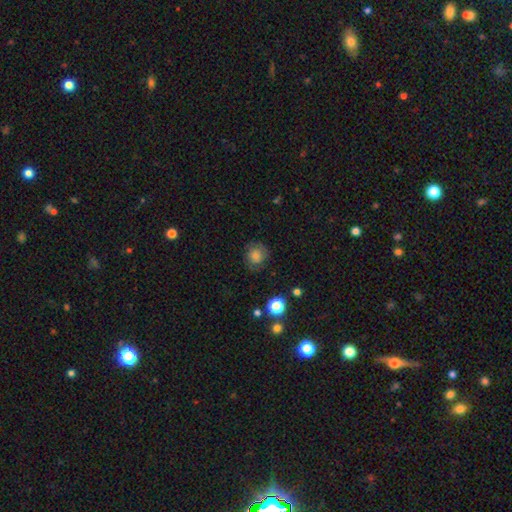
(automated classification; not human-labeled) Q: Smooth or featured?
A: smooth (68%); runner-up: featured or disk (21%)
Q: How rounded?
A: round (84%); runner-up: in between (15%)
Q: Merging?
A: none (72%); runner-up: minor disturbance (19%)